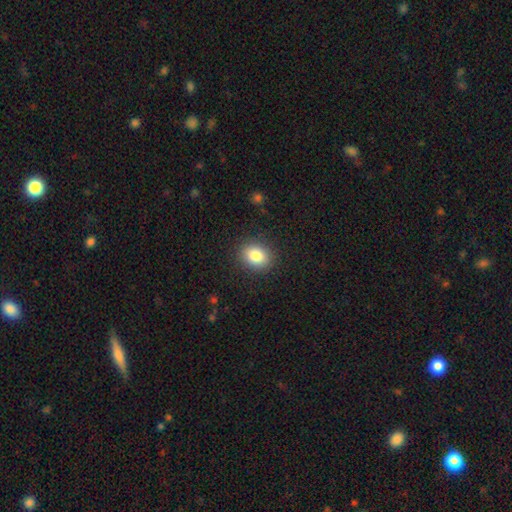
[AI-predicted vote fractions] A smooth galaxy with no disk features (83%) that is round (50%). Merging: none (88%).